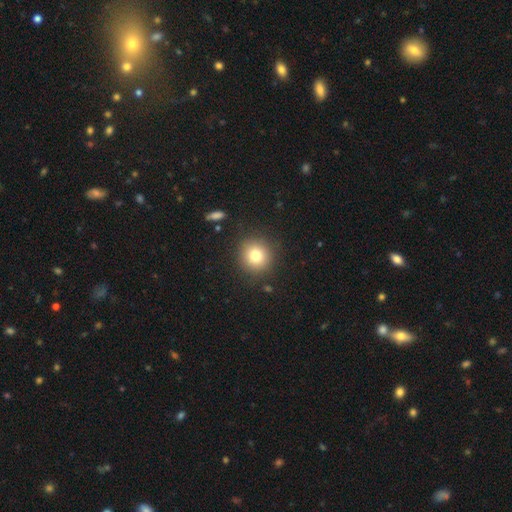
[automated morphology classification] Overall: smooth (79%). How rounded: round (91%). Merging: none (87%).